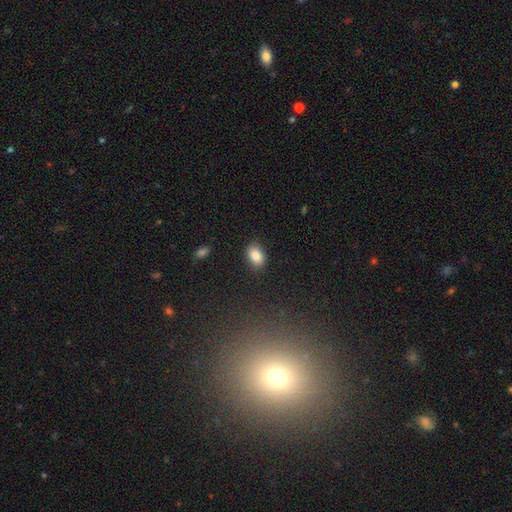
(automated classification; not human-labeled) A smooth galaxy with no disk features (85%) that is in between round and cigar-shaped (81%). Merging: none (86%).